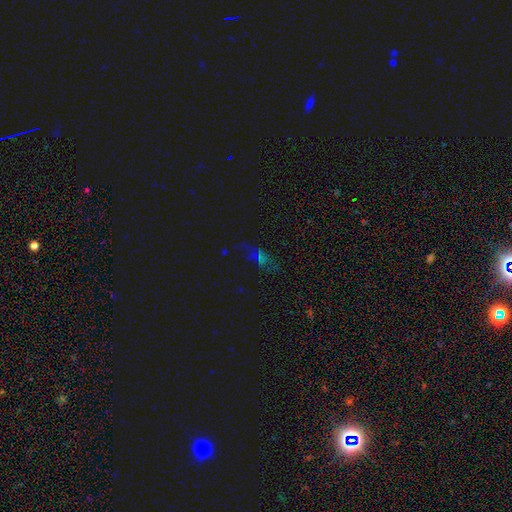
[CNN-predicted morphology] Smooth or featured? star or artifact (47%)